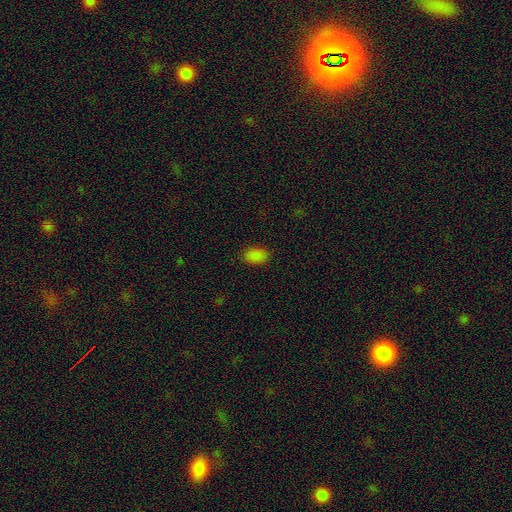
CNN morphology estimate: smooth-or-featured: smooth: 84% | star or artifact: 13% | featured or disk: 3%
  how-rounded: in between: 87% | round: 11% | cigar-shaped: 1%
  merging: none: 86% | minor disturbance: 10% | major disturbance: 3% | merger: 1%